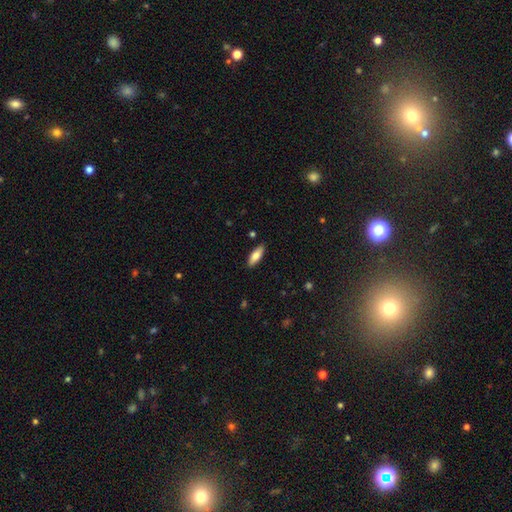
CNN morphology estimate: A smooth galaxy with no disk features (79%) that is in between round and cigar-shaped (65%). Merging: none (88%).